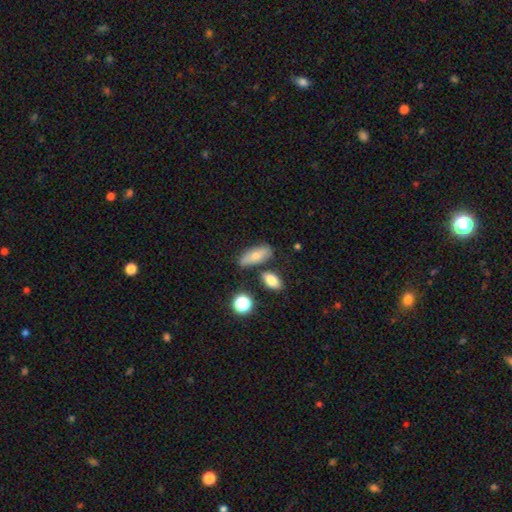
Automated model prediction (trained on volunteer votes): smooth_or_featured: smooth (p=0.67) [alt: featured or disk p=0.23]
how_rounded: in between (p=0.79) [alt: cigar-shaped p=0.15]
merging: none (p=0.70) [alt: minor disturbance p=0.16]